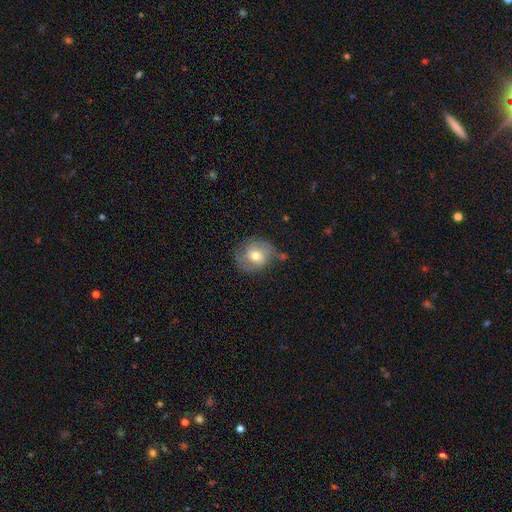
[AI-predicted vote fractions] A smooth galaxy with no disk features (56%) that is round (73%).

Vote fractions:
- Smooth or featured? smooth: 56% / featured or disk: 35% / star or artifact: 8%
- How rounded? round: 73% / in between: 26% / cigar-shaped: 1%
- Merging? none: 60% / minor disturbance: 25% / major disturbance: 10% / merger: 4%